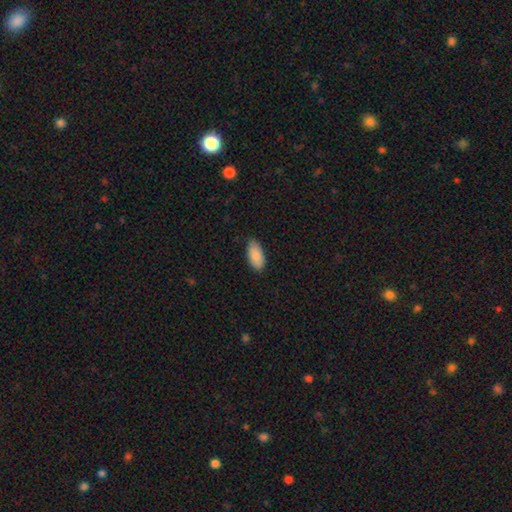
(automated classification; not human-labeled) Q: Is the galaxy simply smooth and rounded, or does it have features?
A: smooth — 89%.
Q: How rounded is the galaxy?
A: in between — 92%.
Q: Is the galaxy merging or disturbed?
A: none — 77%.